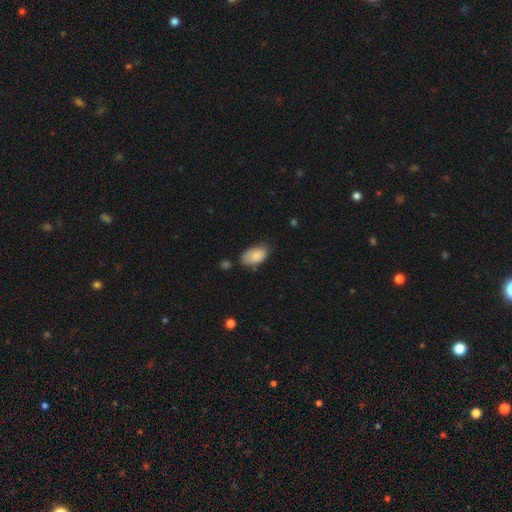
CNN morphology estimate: Overall: smooth (84%). How rounded: in between (94%). Merging: none (63%; minor disturbance 29%).